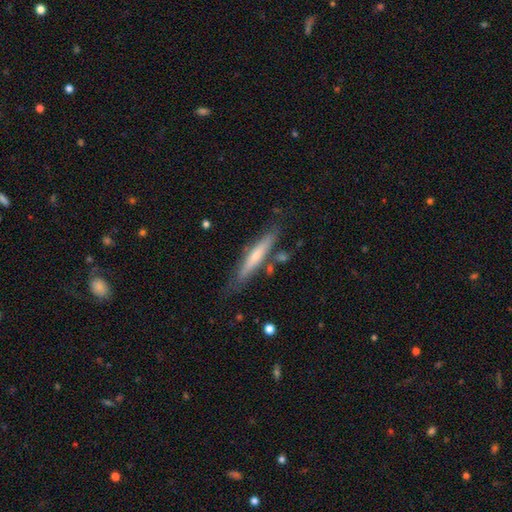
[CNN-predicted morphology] Smooth or featured? Predicted: featured or disk (p=0.48). Merging? Predicted: none (p=0.78).